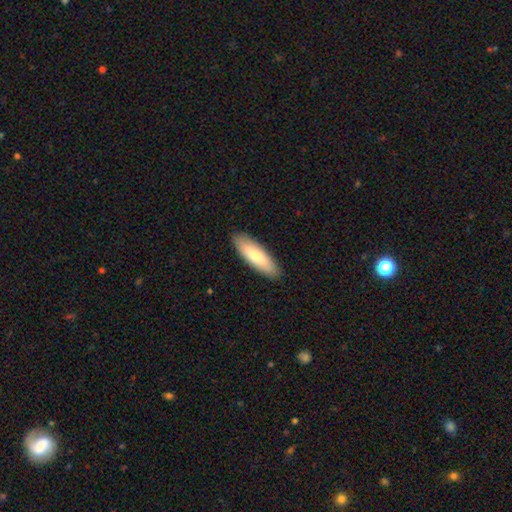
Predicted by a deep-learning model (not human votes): A smooth galaxy with no disk features (78%) that is in between round and cigar-shaped (49%, tied with cigar-shaped). Merging: none (89%).